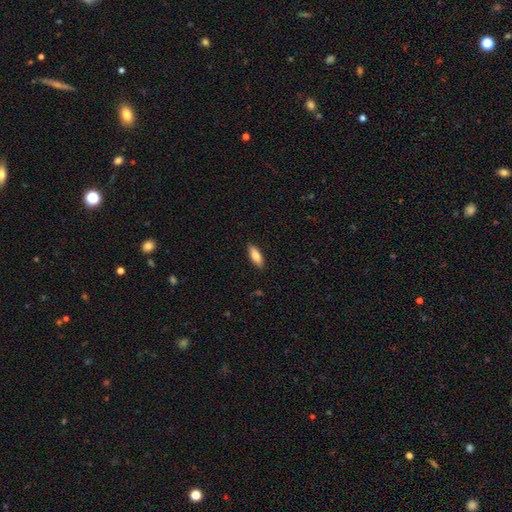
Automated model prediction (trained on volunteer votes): Smooth or featured? smooth (83%)
How rounded? in between (70%)
Merging? none (89%)